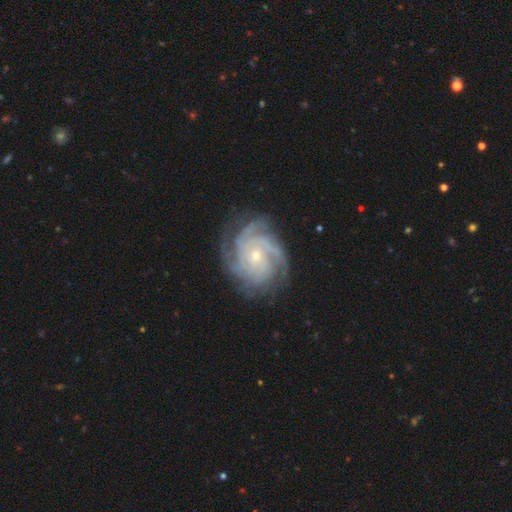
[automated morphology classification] Smooth or featured?
  - featured or disk: 90% *
  - star or artifact: 6%
  - smooth: 4%
Edge-on disk?
  - no: 98% *
  - yes: 2%
Bar?
  - no: 74% *
  - weak: 20%
  - strong: 5%
Spiral arms?
  - yes: 98% *
  - no: 2%
Spiral winding?
  - tight: 69% *
  - medium: 27%
  - loose: 4%
Spiral arm count?
  - 4: 37% *
  - 3: 21%
  - can't tell: 14%
  - more than 4: 13%
  - 2: 8%
  - 1: 7%
Bulge size?
  - small: 69% *
  - moderate: 28%
  - large: 1%
  - none: 1%
  - dominant: 1%
Merging?
  - none: 77% *
  - minor disturbance: 16%
  - major disturbance: 6%
  - merger: 1%